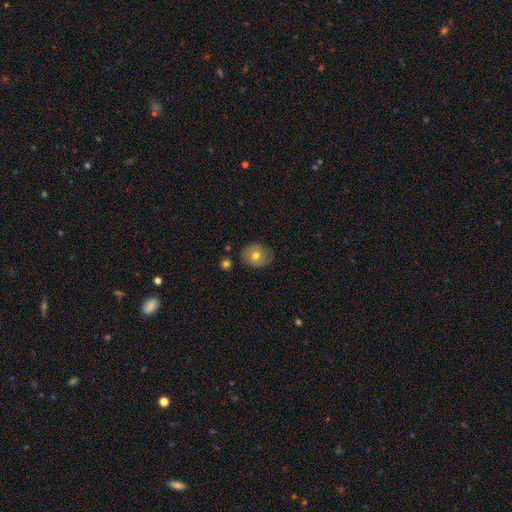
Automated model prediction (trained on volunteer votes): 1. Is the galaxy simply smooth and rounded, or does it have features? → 58% smooth, 33% featured or disk, 9% star or artifact.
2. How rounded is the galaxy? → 69% round, 30% in between, 1% cigar-shaped.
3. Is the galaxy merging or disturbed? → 78% none, 15% minor disturbance, 4% major disturbance, 3% merger.